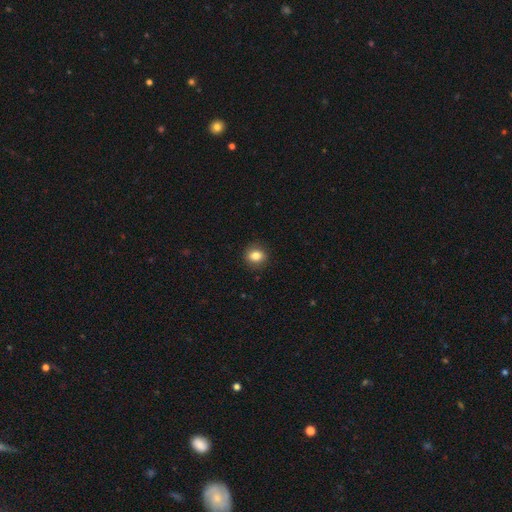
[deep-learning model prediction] smooth_or_featured: smooth (p=0.83) [alt: star or artifact p=0.10]
how_rounded: round (p=0.70) [alt: in between p=0.29]
merging: none (p=0.89) [alt: minor disturbance p=0.08]